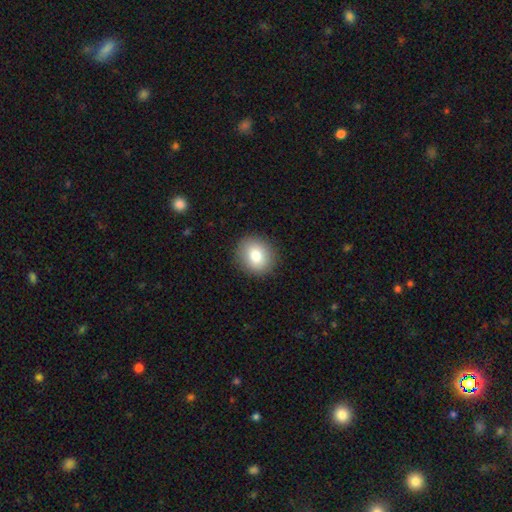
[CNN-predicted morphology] Smooth or featured?
  - smooth: 81% *
  - featured or disk: 10%
  - star or artifact: 9%
How rounded?
  - round: 75% *
  - in between: 24%
  - cigar-shaped: 1%
Merging?
  - none: 90% *
  - minor disturbance: 7%
  - major disturbance: 2%
  - merger: 1%